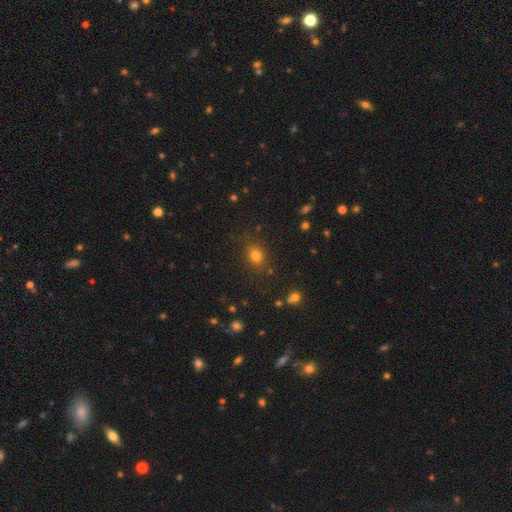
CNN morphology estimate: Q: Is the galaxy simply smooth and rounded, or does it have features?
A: smooth — 76%.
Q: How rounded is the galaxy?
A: round — 51%.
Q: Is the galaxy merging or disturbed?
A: none — 80%.